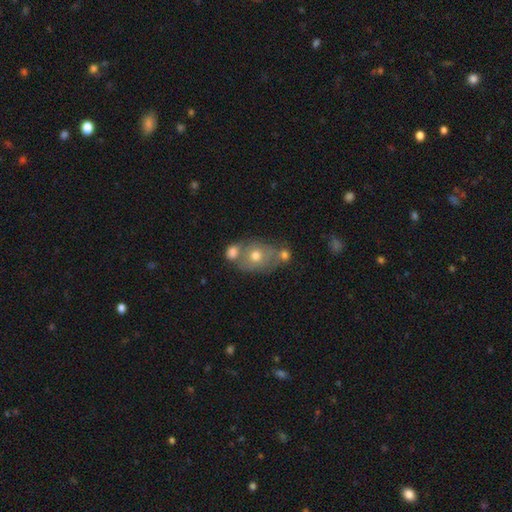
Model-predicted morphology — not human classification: smooth_or_featured: smooth (p=0.56) [alt: featured or disk p=0.31]
how_rounded: in between (p=0.52) [alt: round p=0.46]
merging: merger (p=0.41) [alt: none p=0.40]